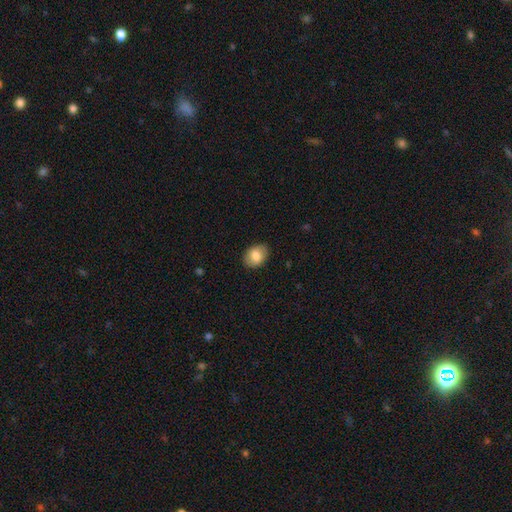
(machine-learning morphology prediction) type=smooth (79%); roundness=in between (73%); merging=none (87%).